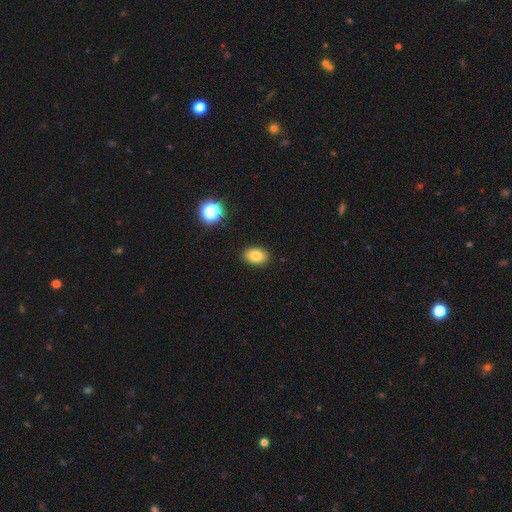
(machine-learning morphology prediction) A smooth galaxy with no disk features (82%) that is in between round and cigar-shaped (84%). Merging: none (89%).